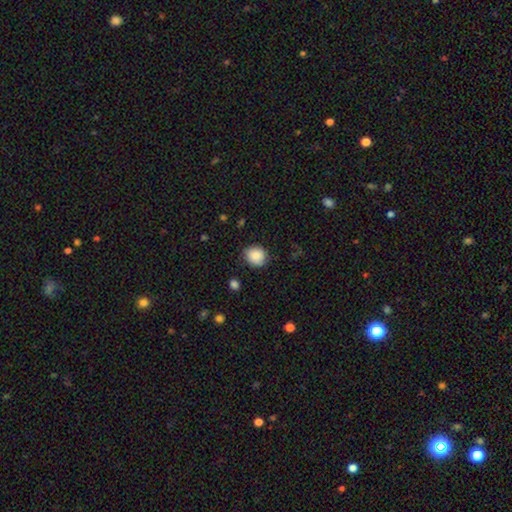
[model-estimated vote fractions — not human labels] Smooth or featured: smooth — 84% (star or artifact — 8%)
How rounded: round — 73% (in between — 26%)
Merging: none — 77% (minor disturbance — 17%)